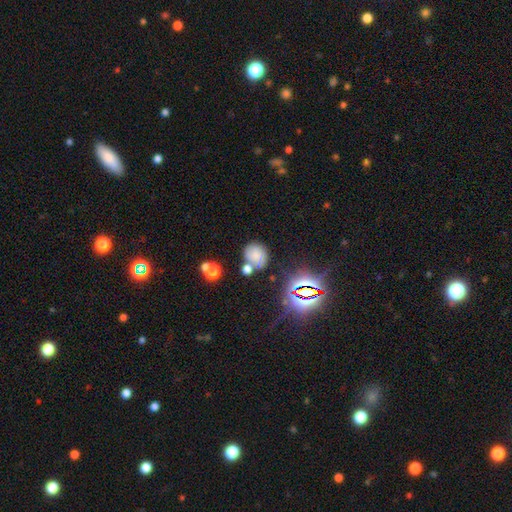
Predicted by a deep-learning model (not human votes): Smooth or featured? Predicted: smooth (p=0.58). How rounded? Predicted: round (p=0.64). Merging? Predicted: none (p=0.53).